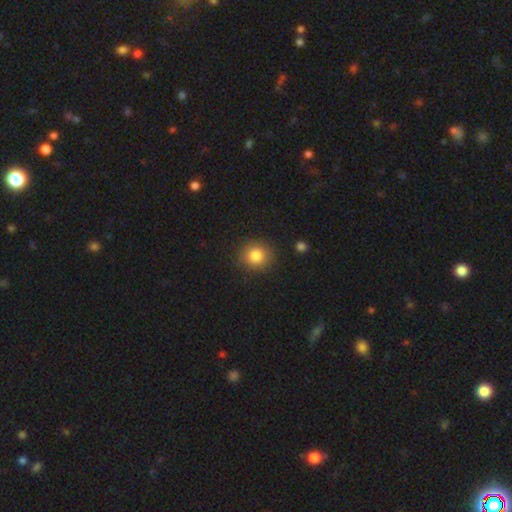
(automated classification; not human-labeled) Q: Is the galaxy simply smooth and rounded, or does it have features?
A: smooth — 84%.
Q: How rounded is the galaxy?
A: round — 87%.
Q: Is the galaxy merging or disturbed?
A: none — 88%.